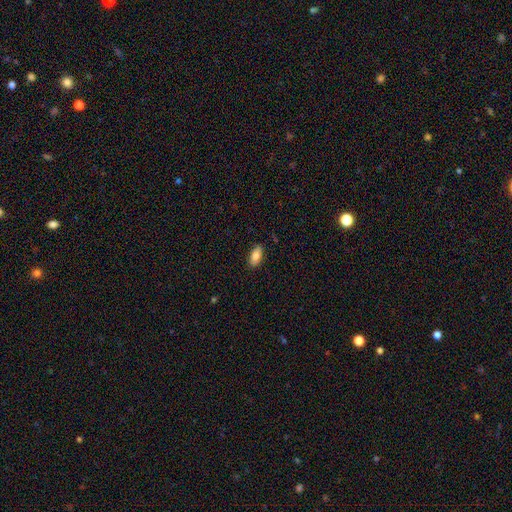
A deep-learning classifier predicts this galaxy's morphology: Smooth or featured? Predicted: smooth (p=0.84). How rounded? Predicted: in between (p=0.89). Merging? Predicted: none (p=0.88).